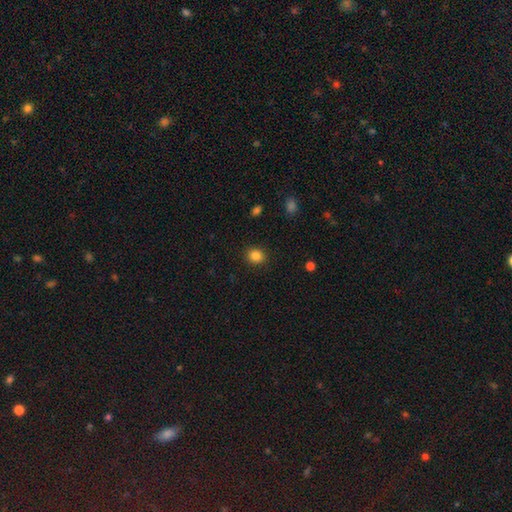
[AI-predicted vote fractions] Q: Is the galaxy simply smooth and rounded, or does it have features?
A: smooth — 85%.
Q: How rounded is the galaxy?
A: round — 75%.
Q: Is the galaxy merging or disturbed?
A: none — 90%.